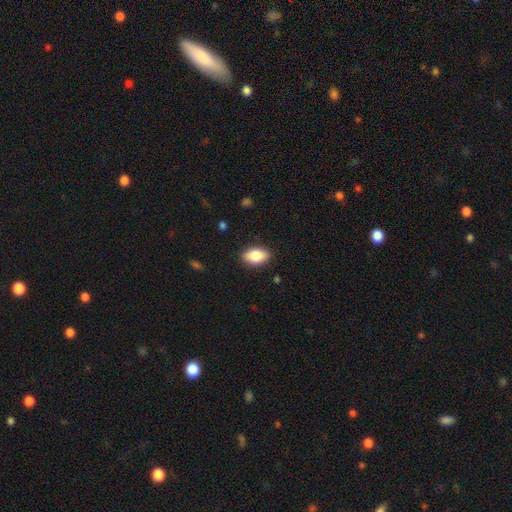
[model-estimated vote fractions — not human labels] Smooth or featured? smooth (82%)
How rounded? in between (89%)
Merging? none (87%)